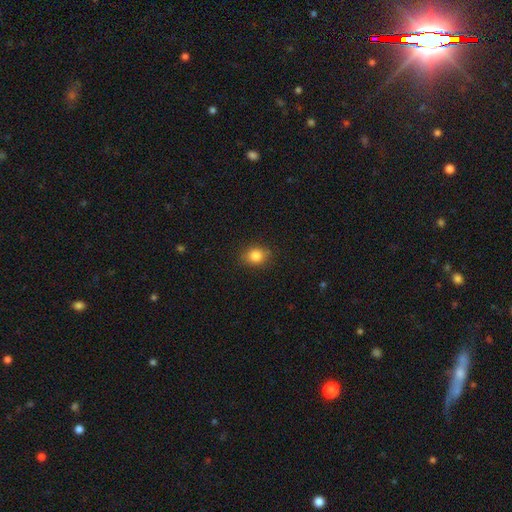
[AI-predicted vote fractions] Q: Smooth or featured?
A: smooth (84%); runner-up: star or artifact (11%)
Q: How rounded?
A: round (59%); runner-up: in between (39%)
Q: Merging?
A: none (84%); runner-up: minor disturbance (12%)